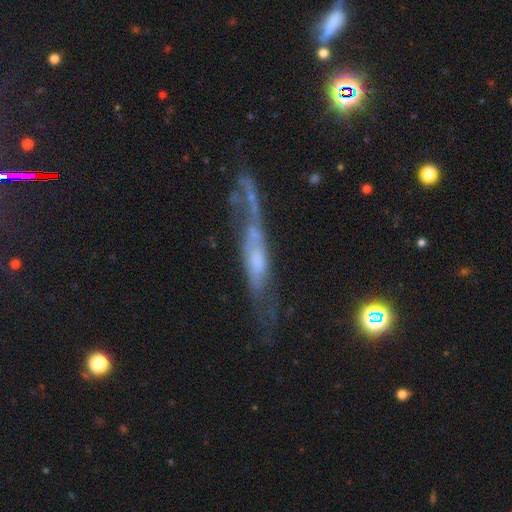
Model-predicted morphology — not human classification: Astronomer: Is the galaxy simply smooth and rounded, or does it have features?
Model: featured or disk — 69%.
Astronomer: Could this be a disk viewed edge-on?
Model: yes — 64%.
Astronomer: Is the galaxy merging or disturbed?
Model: none — 51%.